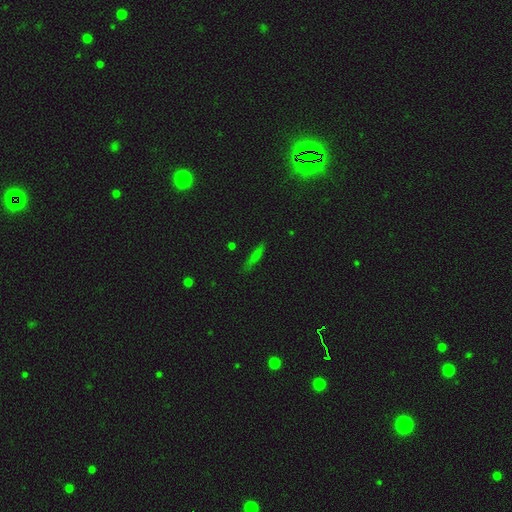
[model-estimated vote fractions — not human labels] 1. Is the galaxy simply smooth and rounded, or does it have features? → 68% smooth, 19% featured or disk, 14% star or artifact.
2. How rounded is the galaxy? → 85% cigar-shaped, 13% in between, 3% round.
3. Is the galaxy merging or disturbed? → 82% none, 14% minor disturbance, 3% major disturbance, 2% merger.